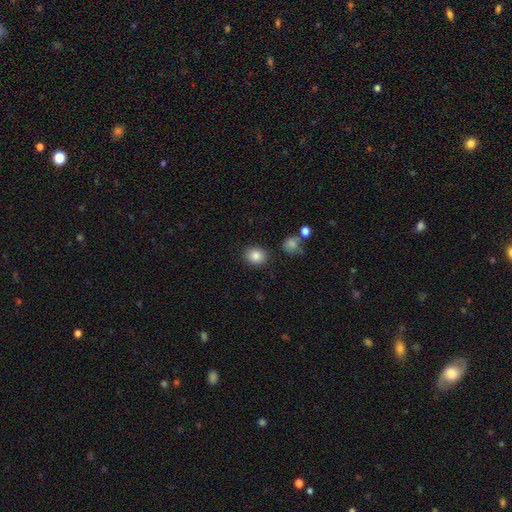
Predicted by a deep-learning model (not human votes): Smooth or featured?
  - smooth: 85% *
  - star or artifact: 9%
  - featured or disk: 5%
How rounded?
  - round: 69% *
  - in between: 31%
  - cigar-shaped: 1%
Merging?
  - none: 86% *
  - minor disturbance: 8%
  - merger: 3%
  - major disturbance: 3%